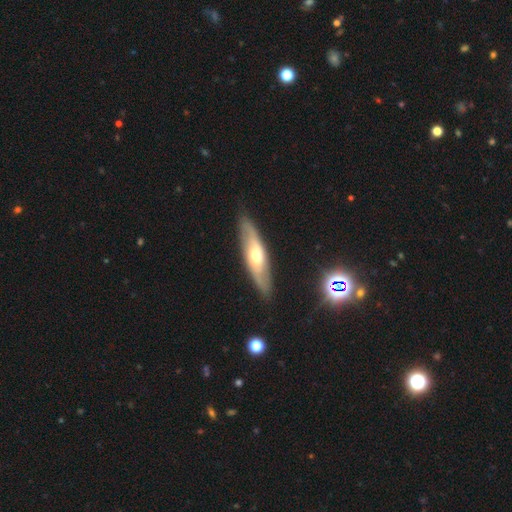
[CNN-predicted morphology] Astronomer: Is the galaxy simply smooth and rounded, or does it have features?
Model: featured or disk — 58% (runner-up: smooth, 35%).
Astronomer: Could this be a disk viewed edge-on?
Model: no — 51% (runner-up: yes, 49%).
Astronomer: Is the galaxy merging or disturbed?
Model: none — 85%.